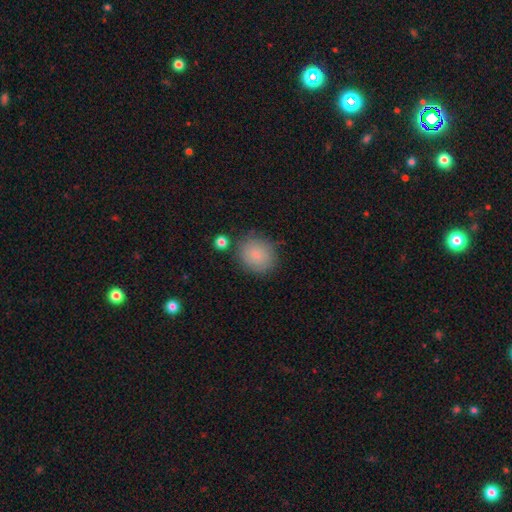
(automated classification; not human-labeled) The model was most divided on "how rounded": round: 71%, in between: 28%, cigar-shaped: 1%. More confident: smooth or featured — smooth (86%); merging — none (81%).